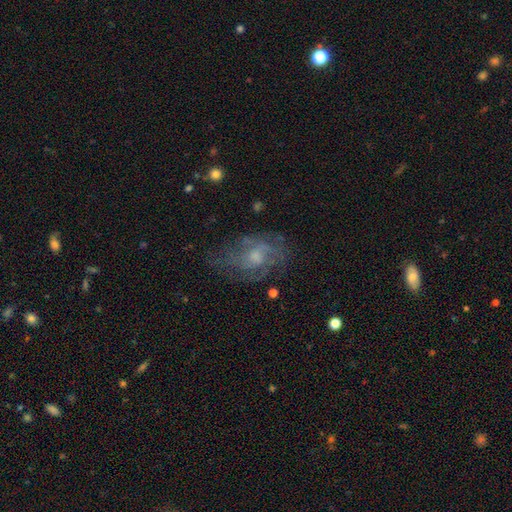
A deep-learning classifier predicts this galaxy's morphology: Q: Smooth or featured?
A: featured or disk (65%); runner-up: smooth (24%)
Q: Edge-on disk?
A: no (96%); runner-up: yes (4%)
Q: Bar?
A: no (73%); runner-up: weak (23%)
Q: Spiral arms?
A: yes (70%); runner-up: no (30%)
Q: Bulge size?
A: moderate (46%); runner-up: small (40%)
Q: Merging?
A: none (60%); runner-up: minor disturbance (22%)